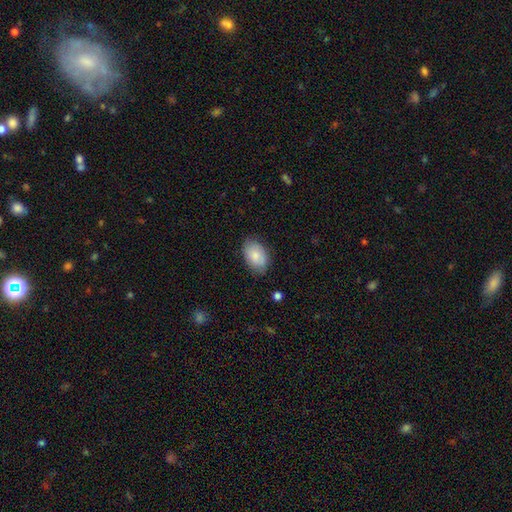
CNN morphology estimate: This appears to be a smooth galaxy with no disk features (83%) that is in between round and cigar-shaped (90%). Merging: none (79%).